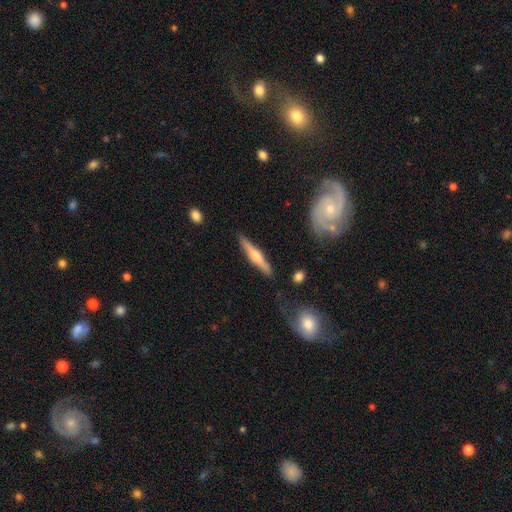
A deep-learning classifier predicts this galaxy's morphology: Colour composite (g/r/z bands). It shows a featured or disk galaxy (65%) viewed edge-on (96%) with a rounded central bulge (90%). Merging: none (85%).